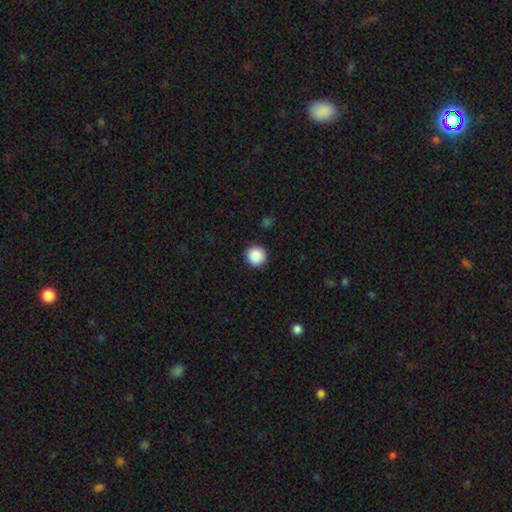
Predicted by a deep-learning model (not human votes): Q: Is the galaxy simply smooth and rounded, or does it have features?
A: smooth — 89%.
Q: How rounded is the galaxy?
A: round — 96%.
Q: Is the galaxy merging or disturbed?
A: none — 92%.